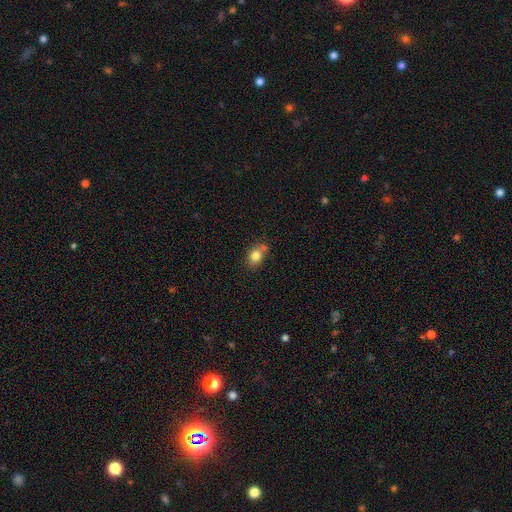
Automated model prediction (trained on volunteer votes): A smooth galaxy with no disk features (80%) that is in between round and cigar-shaped (60%).

Vote fractions:
- Smooth or featured? smooth: 80% / star or artifact: 10% / featured or disk: 10%
- How rounded? in between: 60% / round: 39% / cigar-shaped: 2%
- Merging? none: 58% / minor disturbance: 20% / merger: 17% / major disturbance: 5%